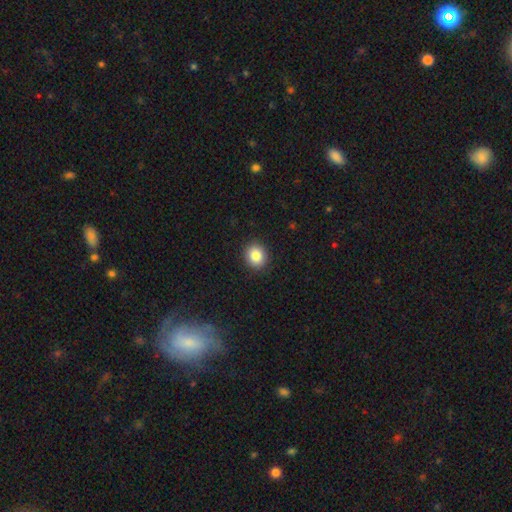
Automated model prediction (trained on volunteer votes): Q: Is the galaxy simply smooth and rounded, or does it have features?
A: smooth — 85%.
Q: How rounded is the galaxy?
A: round — 76%.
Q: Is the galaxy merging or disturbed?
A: none — 91%.